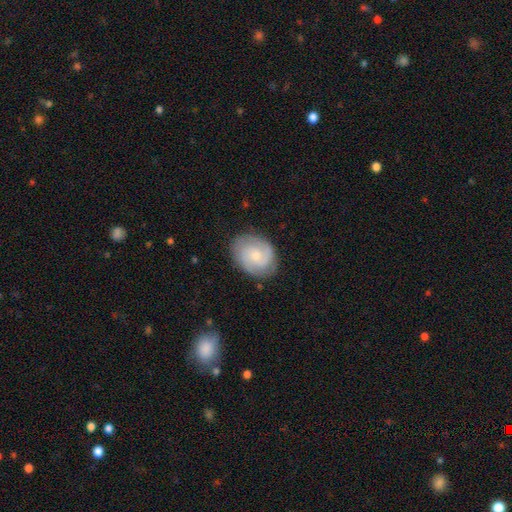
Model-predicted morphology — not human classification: Smooth or featured?
  - featured or disk: 70% *
  - smooth: 24%
  - star or artifact: 6%
Edge-on disk?
  - no: 97% *
  - yes: 3%
Bar?
  - no: 67% *
  - weak: 29%
  - strong: 4%
Spiral arms?
  - yes: 93% *
  - no: 7%
Spiral winding?
  - tight: 44% *
  - medium: 43%
  - loose: 13%
Spiral arm count?
  - 2: 66% *
  - can't tell: 14%
  - 3: 12%
  - 1: 3%
  - 4: 2%
  - more than 4: 2%
Bulge size?
  - small: 65% *
  - moderate: 30%
  - none: 2%
  - large: 1%
  - dominant: 1%
Merging?
  - none: 81% *
  - minor disturbance: 14%
  - major disturbance: 4%
  - merger: 1%